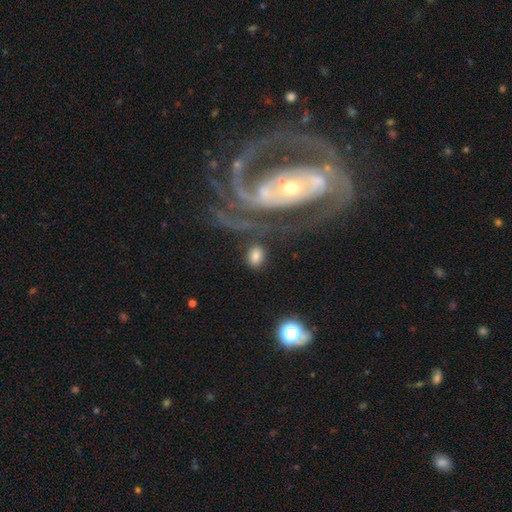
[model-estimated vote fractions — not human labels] Smooth or featured?
  - smooth: 70% *
  - featured or disk: 22%
  - star or artifact: 9%
How rounded?
  - in between: 62% *
  - round: 36%
  - cigar-shaped: 2%
Merging?
  - none: 70% *
  - minor disturbance: 13%
  - major disturbance: 9%
  - merger: 8%